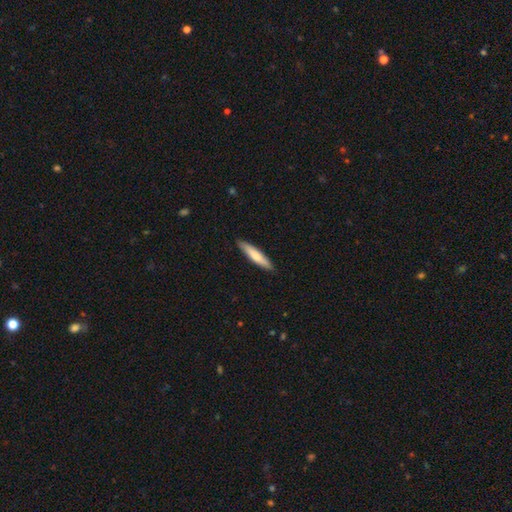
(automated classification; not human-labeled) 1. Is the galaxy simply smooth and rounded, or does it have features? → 72% smooth, 23% featured or disk, 5% star or artifact.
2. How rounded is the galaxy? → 86% cigar-shaped, 12% in between, 1% round.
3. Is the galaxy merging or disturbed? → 89% none, 9% minor disturbance, 1% major disturbance, 1% merger.